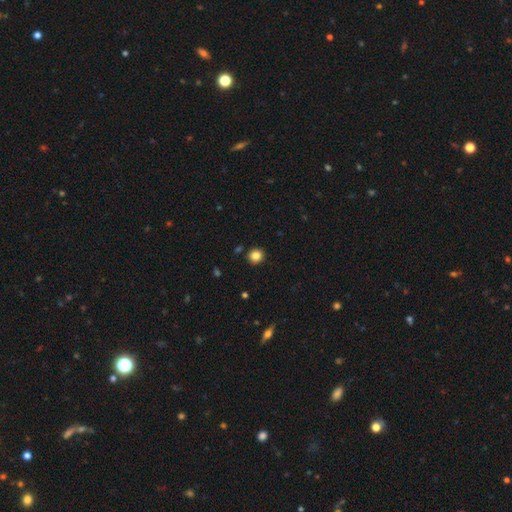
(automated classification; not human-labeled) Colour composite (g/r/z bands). It shows a smooth galaxy with no disk features (84%) that is round (91%). Merging: none (90%).